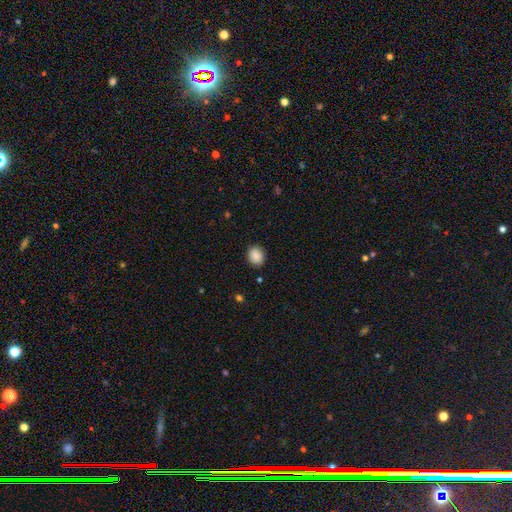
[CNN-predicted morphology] smooth_or_featured: smooth (p=0.88) [alt: star or artifact p=0.08]
how_rounded: round (p=0.59) [alt: in between p=0.40]
merging: none (p=0.87) [alt: minor disturbance p=0.09]